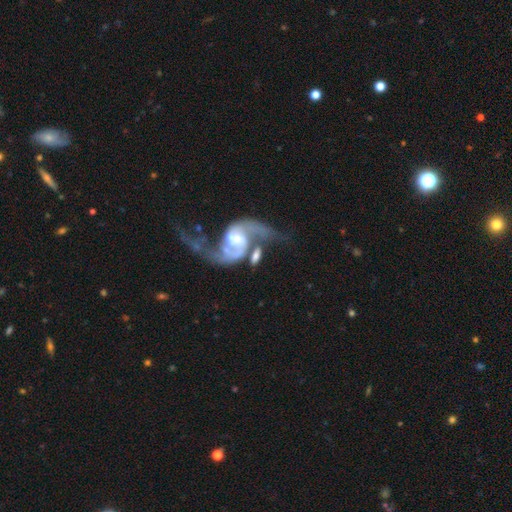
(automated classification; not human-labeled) Morphology: type=featured or disk (84%); edge-on=no (96%); bar=no (47%); spiral arms=yes (95%); winding=loose (65%); arm count=2 (91%); bulge=small (33%); merging=merger (36%).